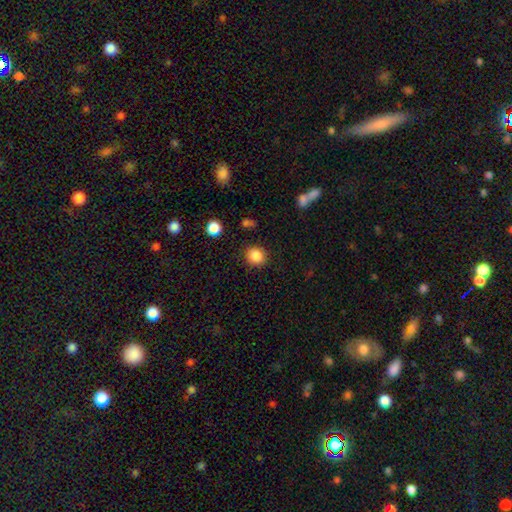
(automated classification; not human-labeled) Morphology: type=smooth (86%); roundness=round (85%); merging=none (87%).